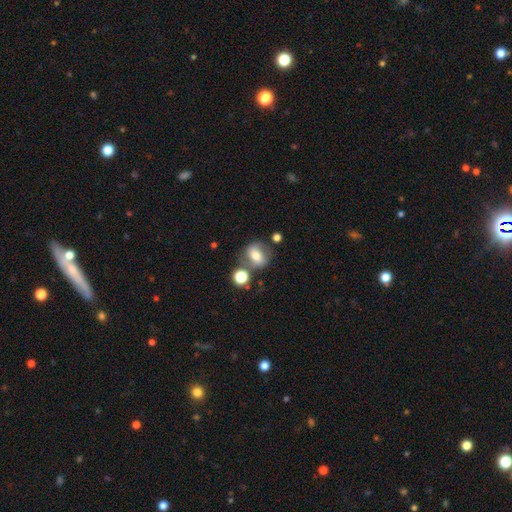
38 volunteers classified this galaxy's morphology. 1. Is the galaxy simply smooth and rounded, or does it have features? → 55% smooth, 39% featured or disk, 5% star or artifact.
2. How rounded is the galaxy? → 52% in between, 48% round, 0% cigar-shaped.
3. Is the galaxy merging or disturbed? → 56% none, 19% minor disturbance, 17% merger, 8% major disturbance.